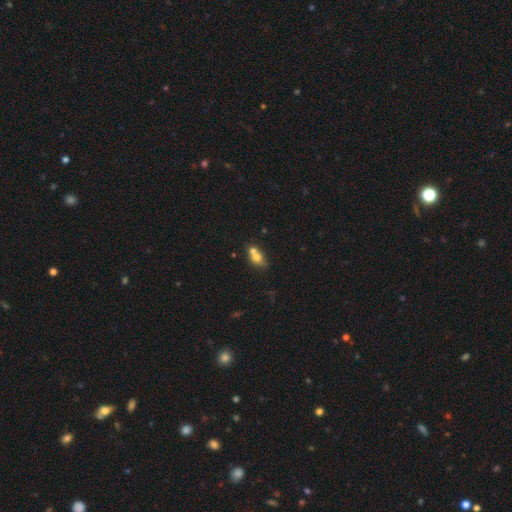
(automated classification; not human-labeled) Overall: smooth (68%). How rounded: in between (52%; round 43%). Merging: merger (55%; none 30%).